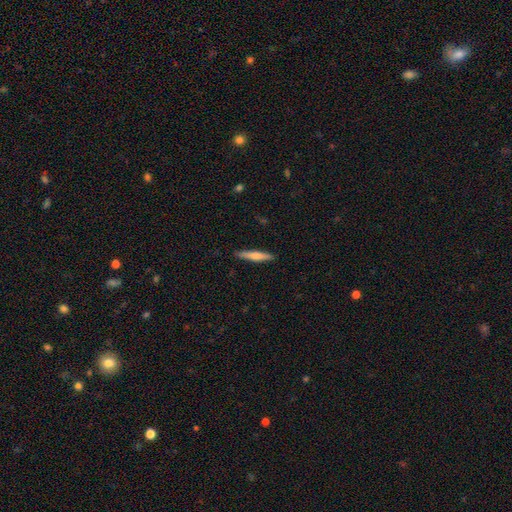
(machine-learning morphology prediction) A smooth galaxy with no disk features (61%) that is cigar-shaped (91%).

Vote fractions:
- Smooth or featured? smooth: 61% / featured or disk: 34% / star or artifact: 5%
- How rounded? cigar-shaped: 91% / in between: 8% / round: 1%
- Merging? none: 89% / minor disturbance: 8% / major disturbance: 2% / merger: 1%